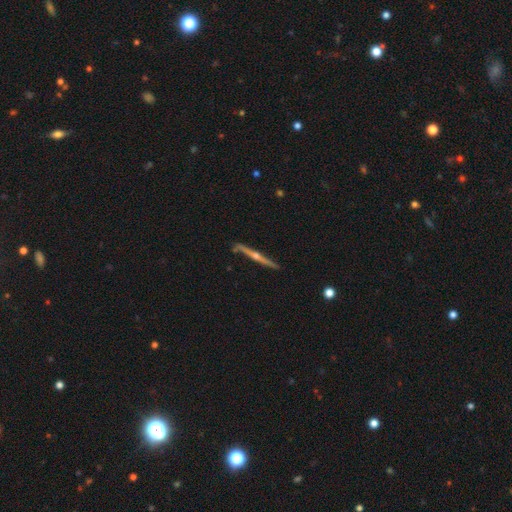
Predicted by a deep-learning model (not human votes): Smooth or featured? featured or disk (82%)
Edge-on disk? yes (97%)
Edge-on bulge? rounded (87%)
Merging? none (85%)